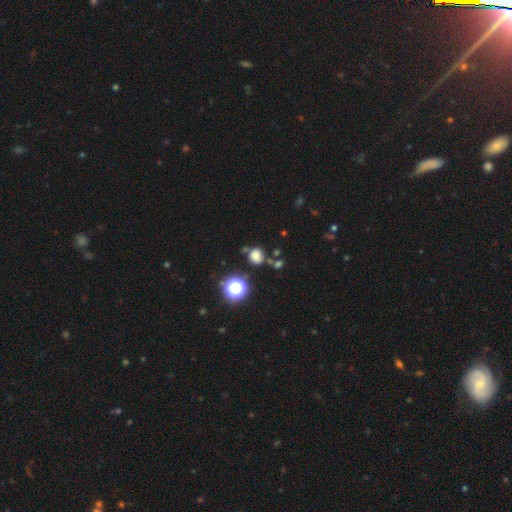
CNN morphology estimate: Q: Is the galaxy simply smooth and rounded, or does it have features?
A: smooth — 72%.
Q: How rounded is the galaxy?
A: round — 74%.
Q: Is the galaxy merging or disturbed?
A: none — 71%.